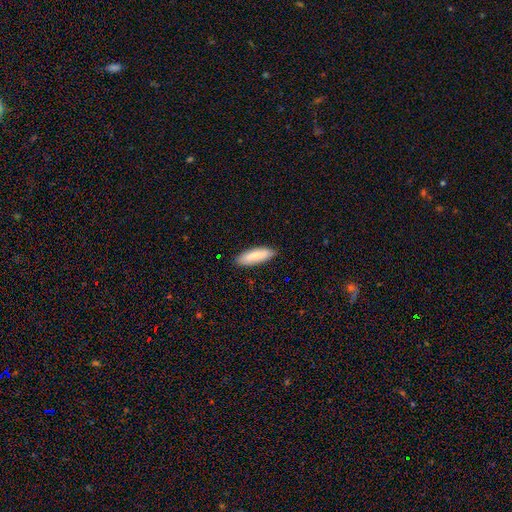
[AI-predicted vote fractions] This appears to be a smooth galaxy with no disk features (83%) that is in between round and cigar-shaped (53%). Merging: none (87%).